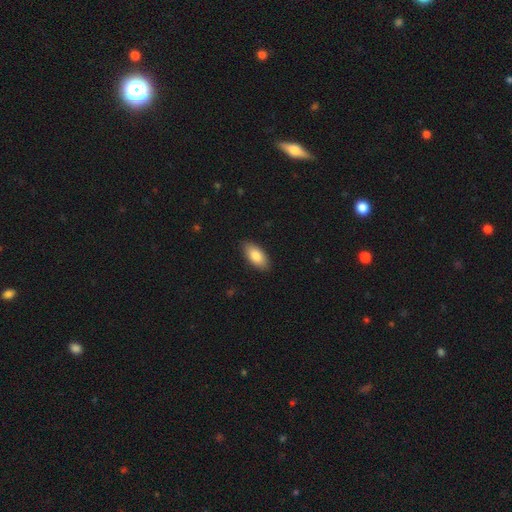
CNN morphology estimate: type=smooth (84%); roundness=in between (91%); merging=none (88%).